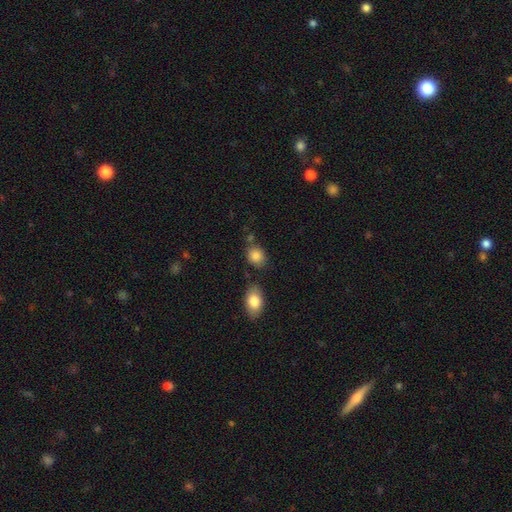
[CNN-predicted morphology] smooth 85%, star or artifact 8%, featured or disk 6%. Down the decision tree: how rounded — round (50%); merging — none (70%).